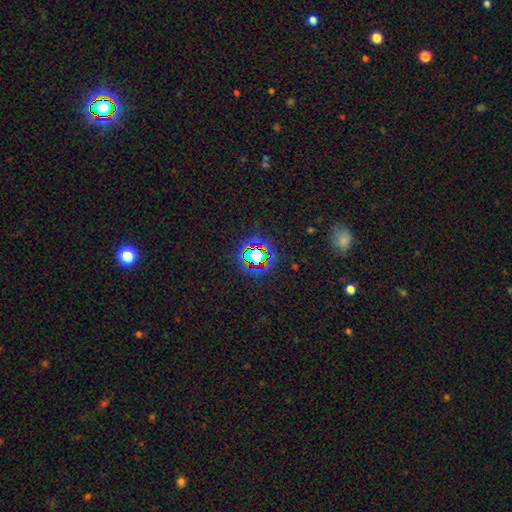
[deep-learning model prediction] smooth-or-featured: star or artifact: 67% | smooth: 21% | featured or disk: 12%